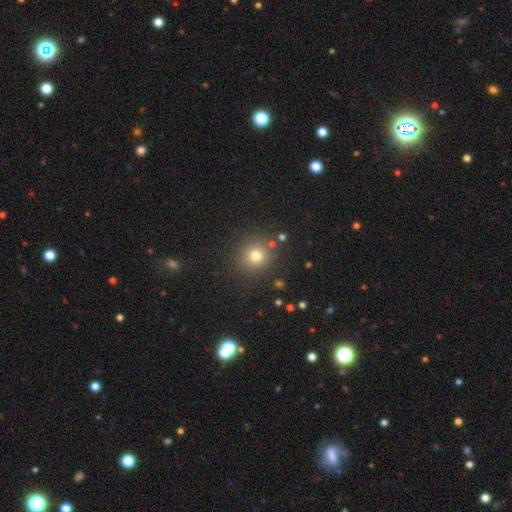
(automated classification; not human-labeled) Morphology: type=smooth (76%); roundness=round (91%); merging=none (86%).